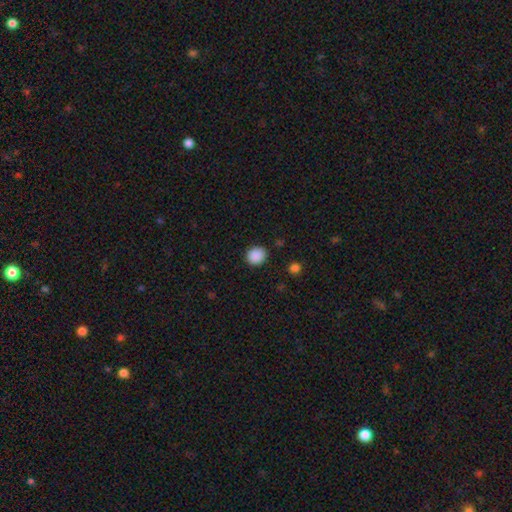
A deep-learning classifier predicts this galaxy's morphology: smooth_or_featured: smooth (p=0.89) [alt: star or artifact p=0.09]
how_rounded: round (p=0.82) [alt: in between p=0.18]
merging: none (p=0.88) [alt: minor disturbance p=0.08]